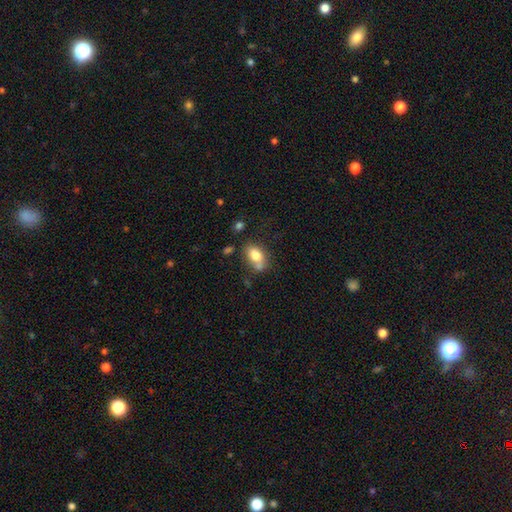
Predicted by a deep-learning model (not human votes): Smooth or featured? Predicted: smooth (p=0.78). How rounded? Predicted: in between (p=0.83). Merging? Predicted: none (p=0.53).